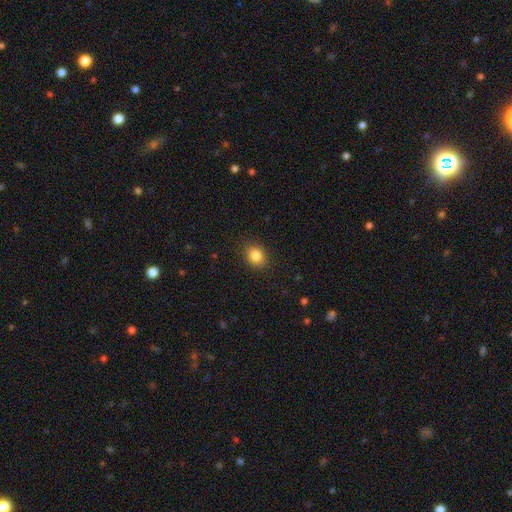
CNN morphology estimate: A smooth galaxy with no disk features (84%) that is round (59%). Merging: none (88%).